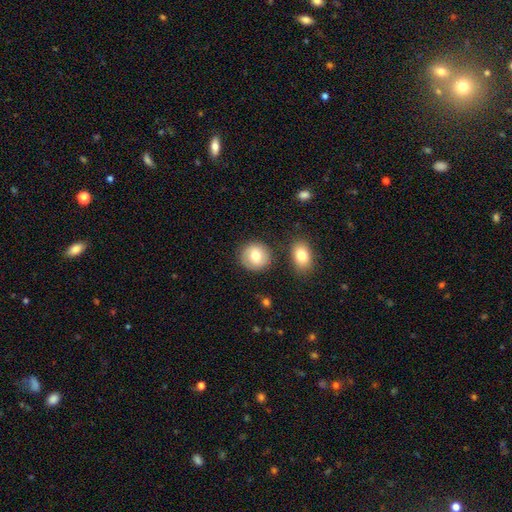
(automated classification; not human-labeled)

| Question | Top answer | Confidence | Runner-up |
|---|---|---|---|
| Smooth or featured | smooth | 75% | featured or disk (17%) |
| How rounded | round | 88% | in between (12%) |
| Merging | none | 81% | minor disturbance (10%) |